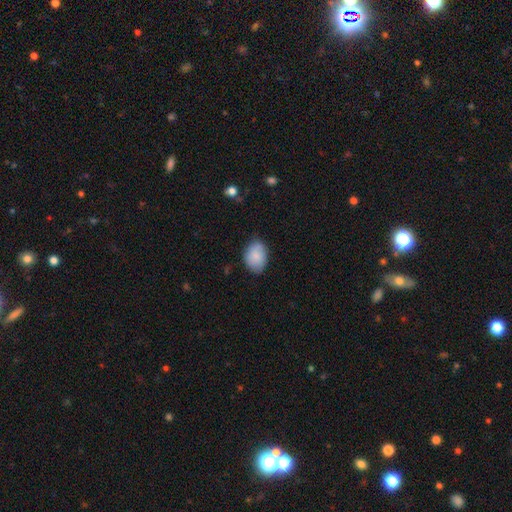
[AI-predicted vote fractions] smooth 85%, featured or disk 9%, star or artifact 7%. Down the decision tree: how rounded — in between (75%); merging — none (75%).